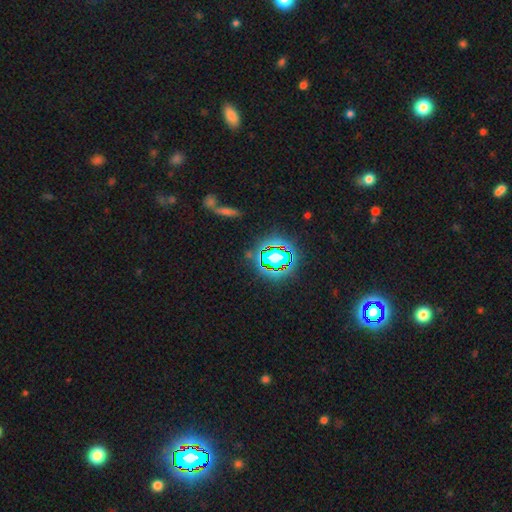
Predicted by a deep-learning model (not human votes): Smooth or featured? star or artifact (70%)